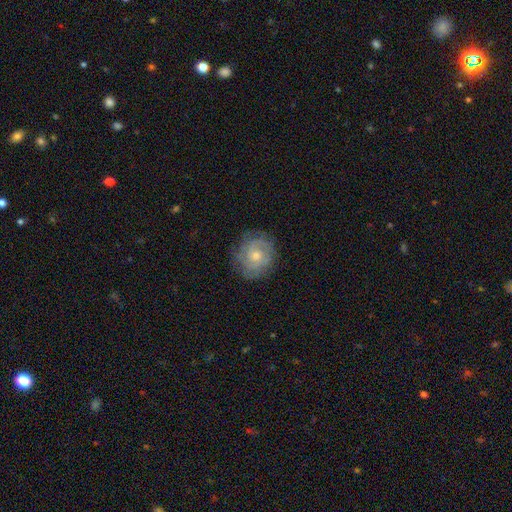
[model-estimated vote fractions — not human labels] featured or disk 57%, smooth 33%, star or artifact 9%. Down the decision tree: edge-on disk — no (97%); bar — no (80%); spiral arms — yes (80%); bulge size — moderate (50%); merging — none (78%).